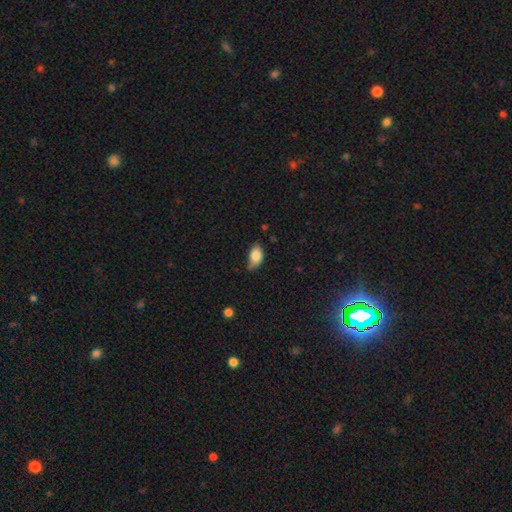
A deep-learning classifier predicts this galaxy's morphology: smooth_or_featured: smooth (p=0.83) [alt: featured or disk p=0.09]
how_rounded: in between (p=0.90) [alt: round p=0.07]
merging: none (p=0.51) [alt: minor disturbance p=0.38]